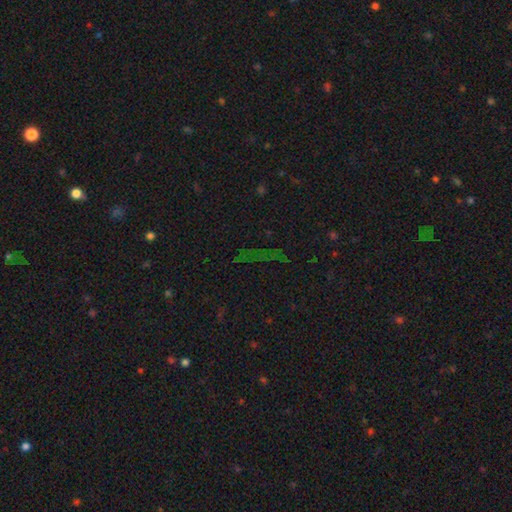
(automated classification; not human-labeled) star or artifact 73%, smooth 15%, featured or disk 12%.